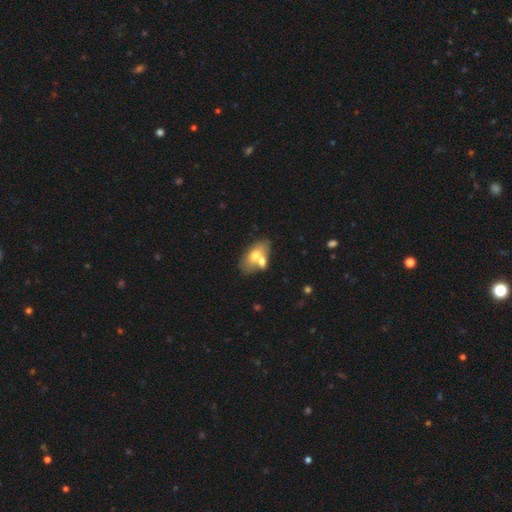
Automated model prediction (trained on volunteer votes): Smooth or featured? Predicted: smooth (p=0.63). How rounded? Predicted: in between (p=0.88). Merging? Predicted: merger (p=0.45).